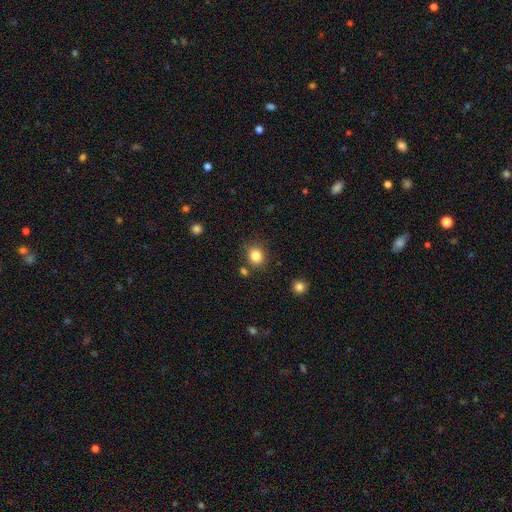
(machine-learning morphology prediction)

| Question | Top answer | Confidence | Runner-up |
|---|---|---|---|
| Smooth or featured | smooth | 84% | star or artifact (11%) |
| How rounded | round | 77% | in between (22%) |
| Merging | none | 81% | minor disturbance (10%) |